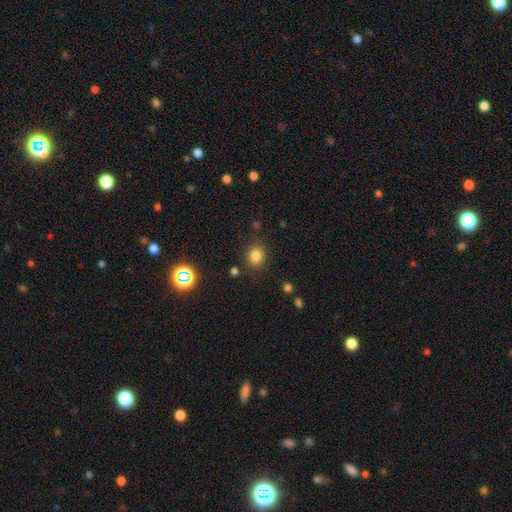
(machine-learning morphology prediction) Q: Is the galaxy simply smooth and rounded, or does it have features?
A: smooth — 80%.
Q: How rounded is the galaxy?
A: round — 57%.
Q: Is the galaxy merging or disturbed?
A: none — 82%.